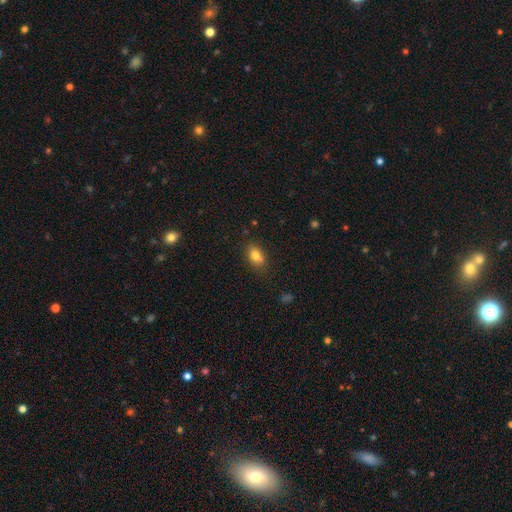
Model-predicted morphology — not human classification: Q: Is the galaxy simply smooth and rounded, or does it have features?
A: smooth — 78%.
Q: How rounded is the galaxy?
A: in between — 78%.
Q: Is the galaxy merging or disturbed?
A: none — 65%.